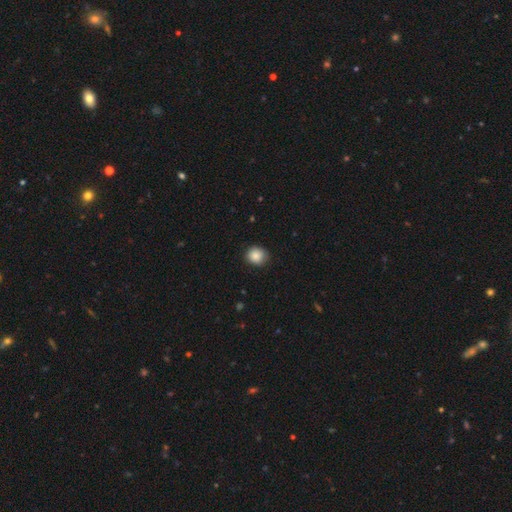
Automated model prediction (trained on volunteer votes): smooth_or_featured: smooth (p=0.87) [alt: star or artifact p=0.08]
how_rounded: round (p=0.78) [alt: in between p=0.21]
merging: none (p=0.83) [alt: minor disturbance p=0.14]